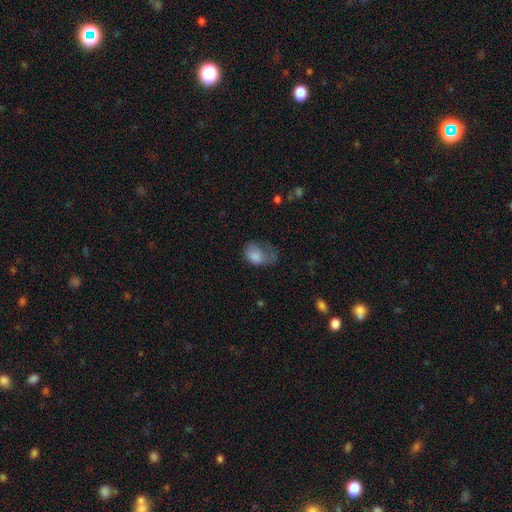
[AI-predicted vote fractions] smooth-or-featured: smooth: 75% | featured or disk: 16% | star or artifact: 8%
  how-rounded: in between: 76% | round: 23% | cigar-shaped: 1%
  merging: major disturbance: 51% | minor disturbance: 28% | none: 19% | merger: 3%